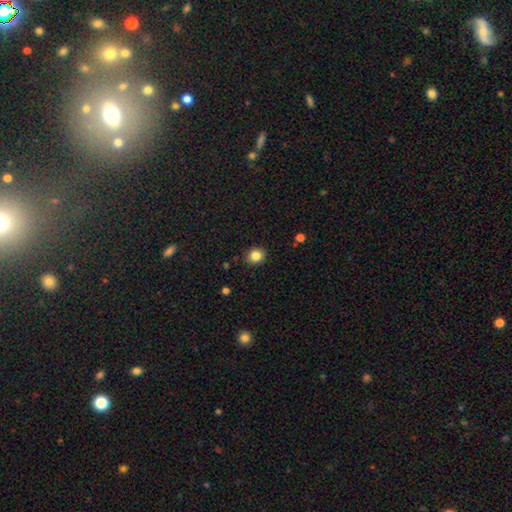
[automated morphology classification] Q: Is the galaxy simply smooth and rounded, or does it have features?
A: smooth — 84%.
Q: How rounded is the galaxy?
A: round — 79%.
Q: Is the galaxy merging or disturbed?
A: none — 89%.